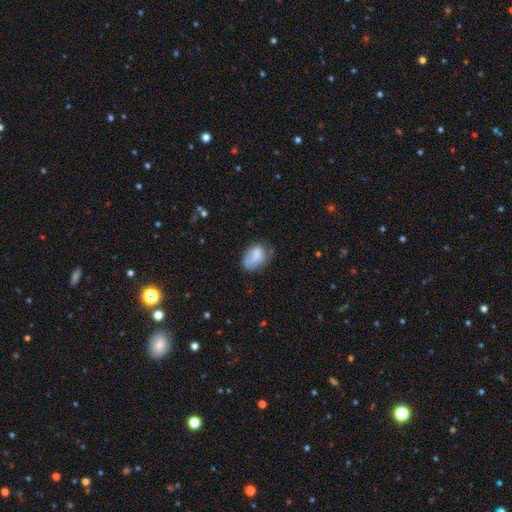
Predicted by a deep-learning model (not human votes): A smooth galaxy with no disk features (73%) that is in between round and cigar-shaped (79%). Merging: none (49%).